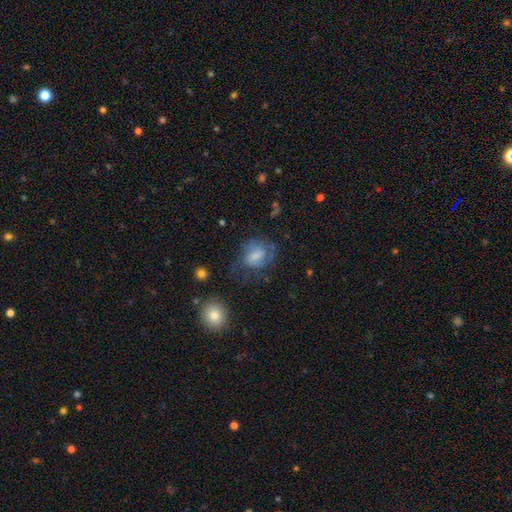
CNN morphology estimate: Smooth or featured?
  - smooth: 48% *
  - featured or disk: 42%
  - star or artifact: 10%
Merging?
  - none: 42% *
  - major disturbance: 28%
  - minor disturbance: 25%
  - merger: 4%